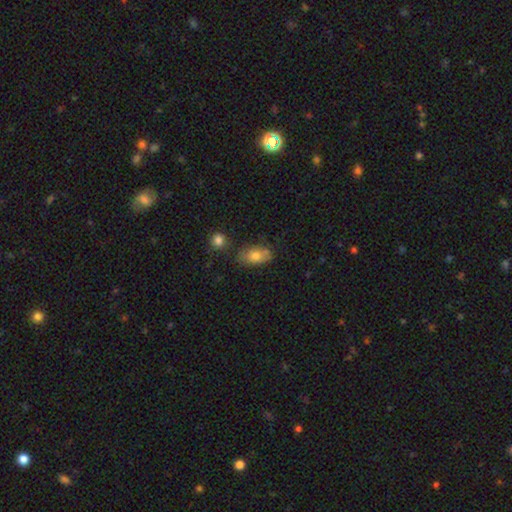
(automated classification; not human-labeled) The model was most divided on "merging": none: 65%, minor disturbance: 22%, merger: 7%, major disturbance: 6%. More confident: how rounded — in between (87%); smooth or featured — smooth (77%).